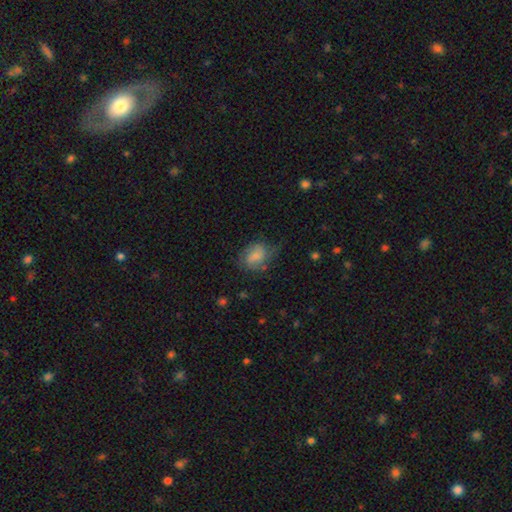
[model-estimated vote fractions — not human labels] Overall: smooth (50%; featured or disk 41%). How rounded: in between (58%; round 41%). Merging: none (52%; minor disturbance 29%).